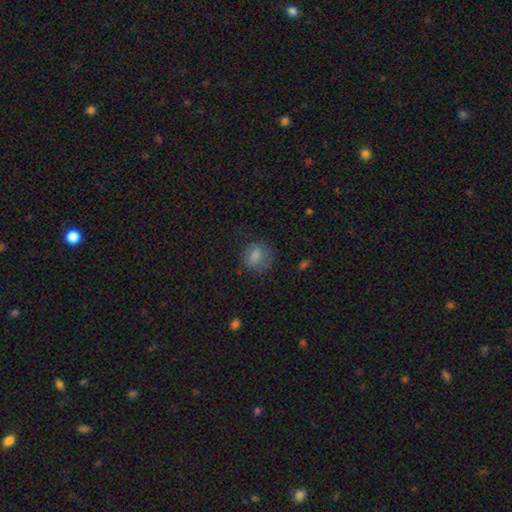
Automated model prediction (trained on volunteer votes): Smooth or featured? Predicted: smooth (p=0.78). How rounded? Predicted: round (p=0.67). Merging? Predicted: none (p=0.67).